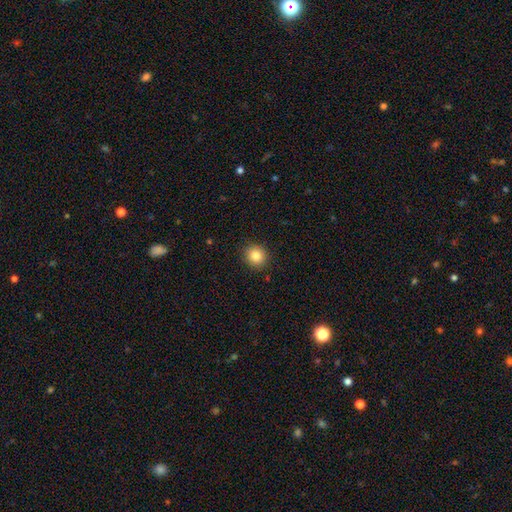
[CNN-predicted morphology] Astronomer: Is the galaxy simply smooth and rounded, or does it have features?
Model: smooth — 85%.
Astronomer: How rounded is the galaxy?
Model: round — 83%.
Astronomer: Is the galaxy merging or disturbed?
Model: none — 91%.